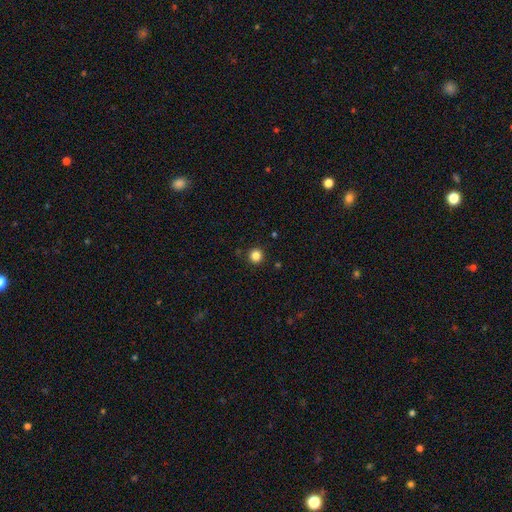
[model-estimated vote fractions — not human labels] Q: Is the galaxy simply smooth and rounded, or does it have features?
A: smooth — 85%.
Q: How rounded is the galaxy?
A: round — 95%.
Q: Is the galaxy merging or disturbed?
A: none — 92%.